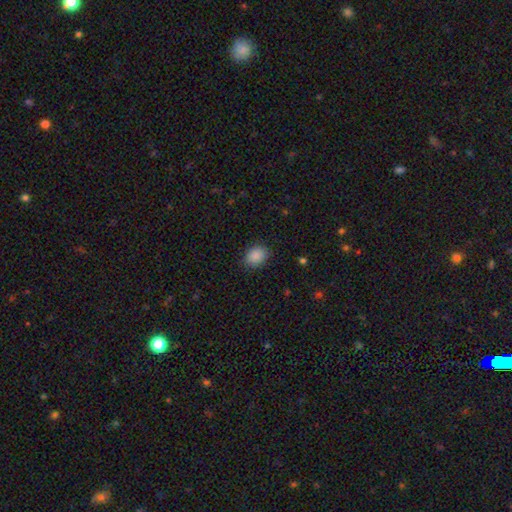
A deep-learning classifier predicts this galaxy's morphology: smooth 88%, star or artifact 8%, featured or disk 3%. Down the decision tree: how rounded — in between (60%); merging — none (85%).